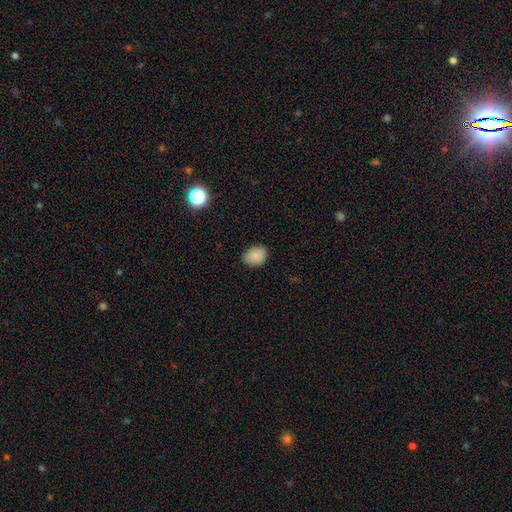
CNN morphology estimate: Overall: smooth (86%). How rounded: in between (54%; round 45%). Merging: none (83%).